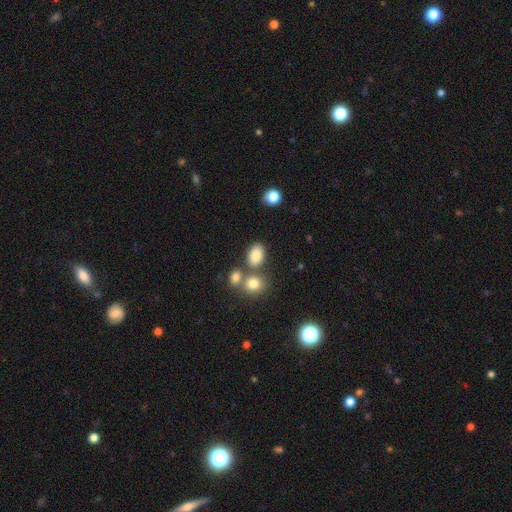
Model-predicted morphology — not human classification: This appears to be a smooth galaxy with no disk features (83%) that is in between round and cigar-shaped (78%). Merging: none (63%).